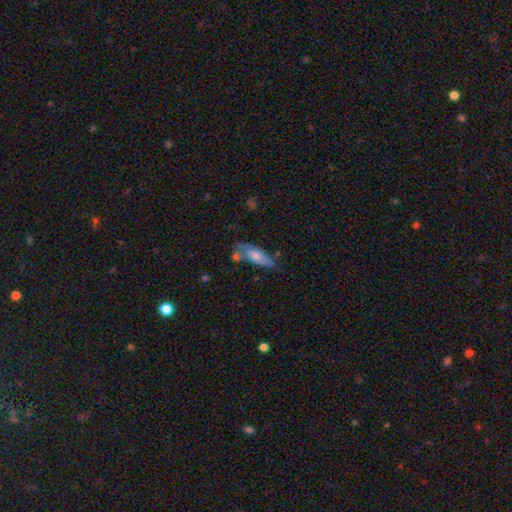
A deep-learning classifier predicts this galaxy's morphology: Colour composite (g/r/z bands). It shows a smooth galaxy with no disk features (57%) that is in between round and cigar-shaped (55%). Merging: none (59%).